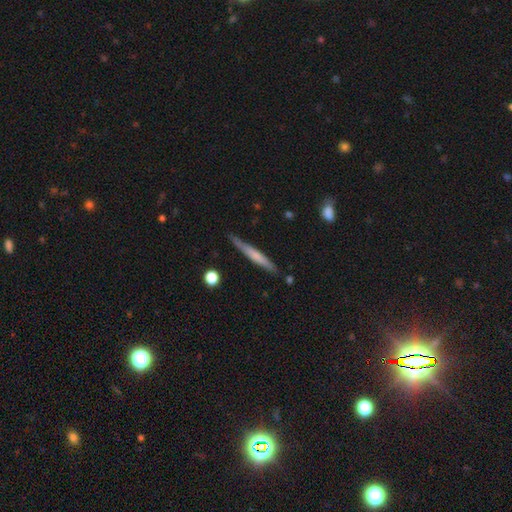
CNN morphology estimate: Smooth or featured? Predicted: smooth (p=0.55). How rounded? Predicted: cigar-shaped (p=0.95). Merging? Predicted: none (p=0.81).